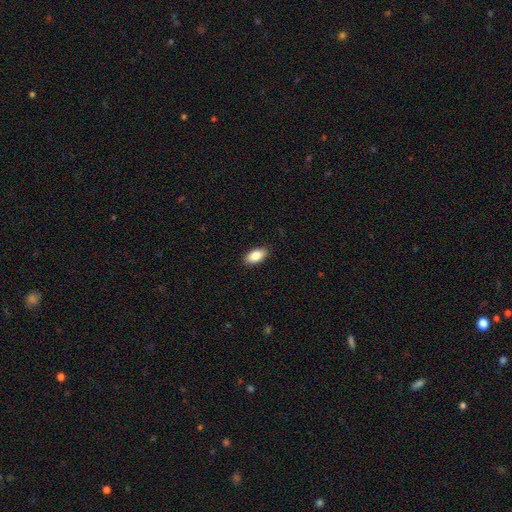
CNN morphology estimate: smooth 86%, featured or disk 7%, star or artifact 7%. Down the decision tree: how rounded — in between (93%); merging — none (89%).